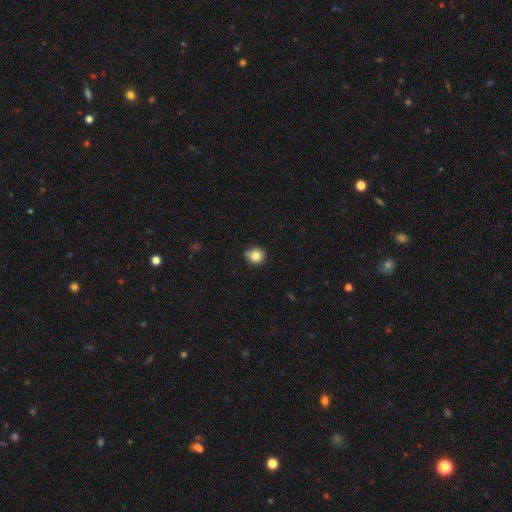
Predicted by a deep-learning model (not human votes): Q: Smooth or featured?
A: smooth (84%); runner-up: star or artifact (10%)
Q: How rounded?
A: round (89%); runner-up: in between (10%)
Q: Merging?
A: none (72%); runner-up: minor disturbance (20%)